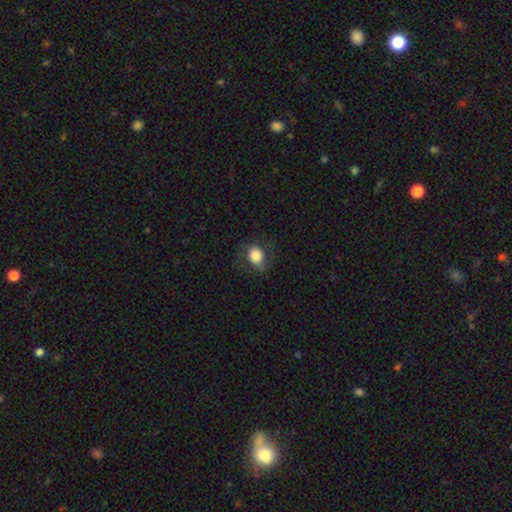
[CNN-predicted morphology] type=smooth (78%); roundness=round (54%); merging=none (74%).